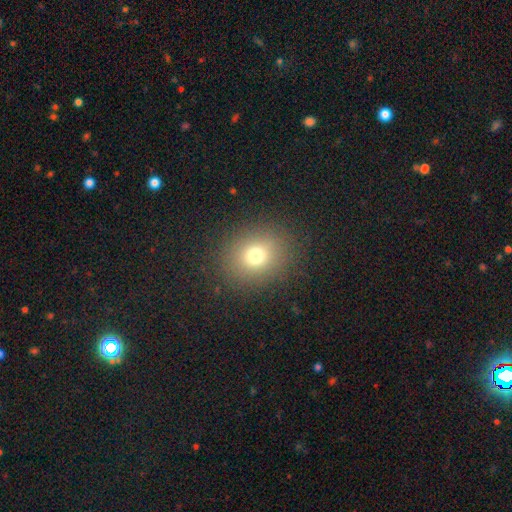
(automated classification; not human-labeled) smooth_or_featured: smooth (p=0.74) [alt: star or artifact p=0.16]
how_rounded: round (p=0.68) [alt: in between p=0.31]
merging: none (p=0.87) [alt: minor disturbance p=0.08]